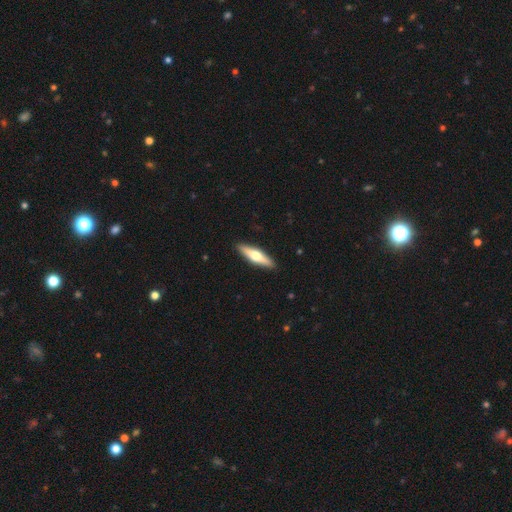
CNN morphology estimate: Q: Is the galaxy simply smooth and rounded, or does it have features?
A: featured or disk — 52%.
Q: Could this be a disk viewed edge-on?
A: yes — 94%.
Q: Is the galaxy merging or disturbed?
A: none — 91%.